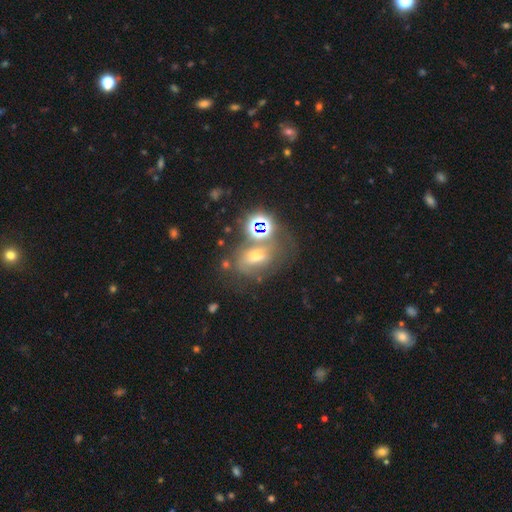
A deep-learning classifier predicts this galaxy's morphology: Q: Smooth or featured?
A: smooth (37%); runner-up: star or artifact (34%)
Q: Merging?
A: none (46%); runner-up: merger (20%)